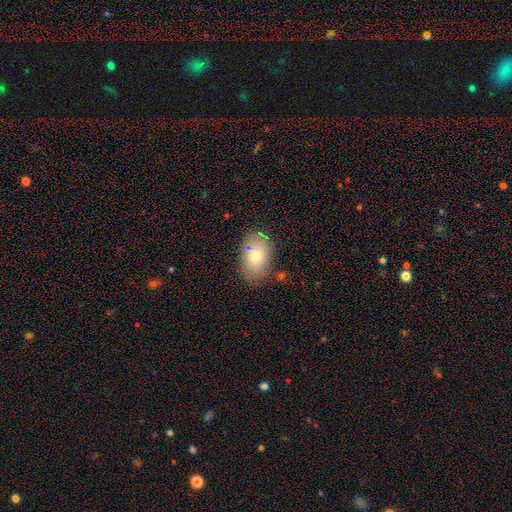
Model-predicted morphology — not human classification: A smooth galaxy with no disk features (71%) that is in between round and cigar-shaped (85%).

Vote fractions:
- Smooth or featured? smooth: 71% / featured or disk: 20% / star or artifact: 9%
- How rounded? in between: 85% / round: 13% / cigar-shaped: 1%
- Merging? none: 79% / minor disturbance: 15% / major disturbance: 4% / merger: 3%